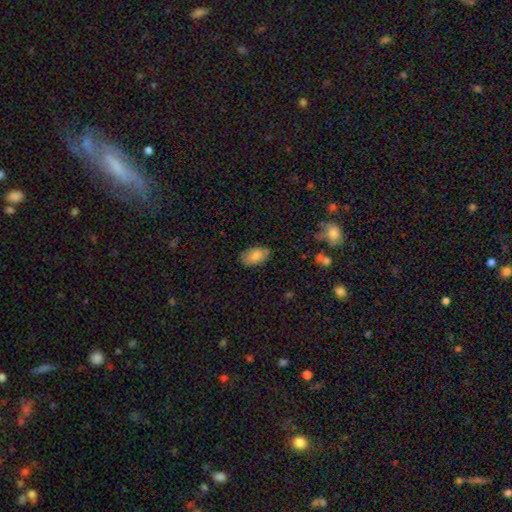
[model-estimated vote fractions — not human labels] Smooth or featured? Predicted: smooth (p=0.83). How rounded? Predicted: in between (p=0.93). Merging? Predicted: none (p=0.78).